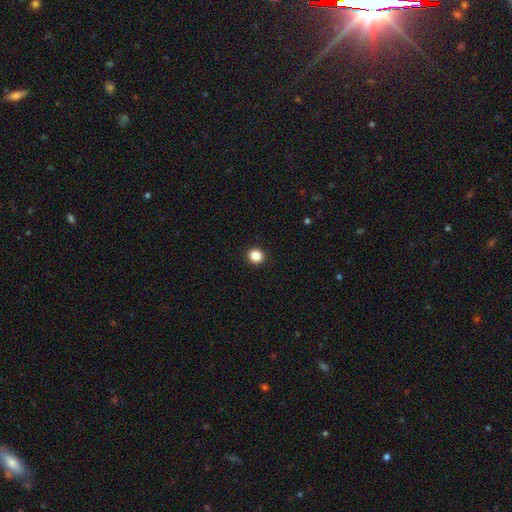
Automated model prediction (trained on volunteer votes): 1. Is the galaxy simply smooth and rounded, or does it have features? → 86% smooth, 11% star or artifact, 3% featured or disk.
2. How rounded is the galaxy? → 91% round, 8% in between, 1% cigar-shaped.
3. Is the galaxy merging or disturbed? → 93% none, 4% minor disturbance, 2% major disturbance, 1% merger.